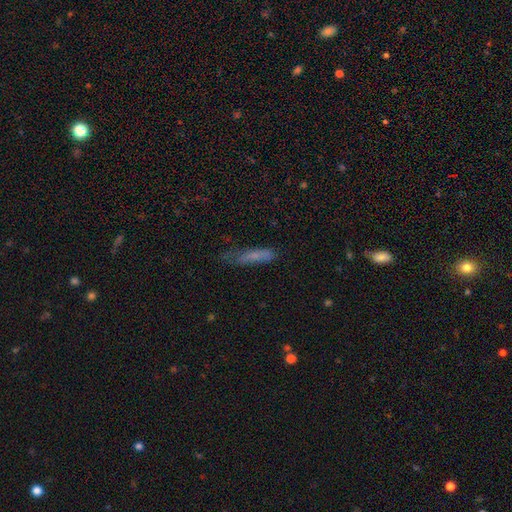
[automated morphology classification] type=smooth (68%); roundness=cigar-shaped (82%); merging=none (54%).